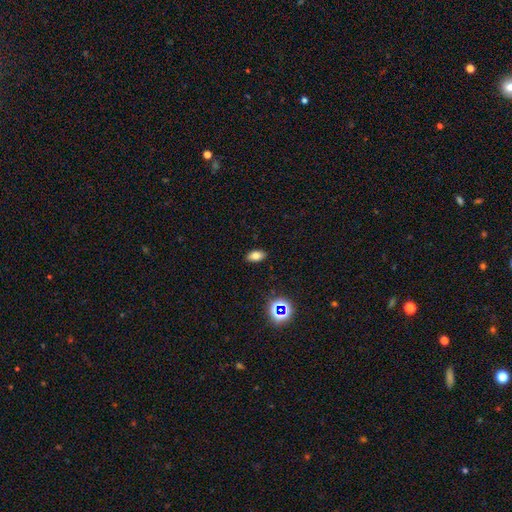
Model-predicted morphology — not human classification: This is likely a smooth galaxy (75%). How rounded: clearly in between (90%). Merging: clearly none (88%).